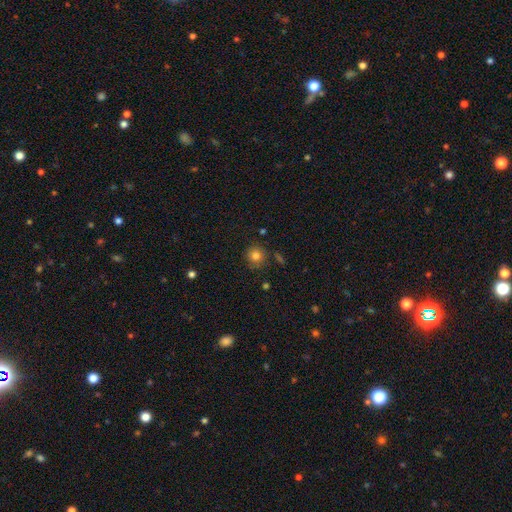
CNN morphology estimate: Overall: smooth (81%). How rounded: round (91%). Merging: none (82%).